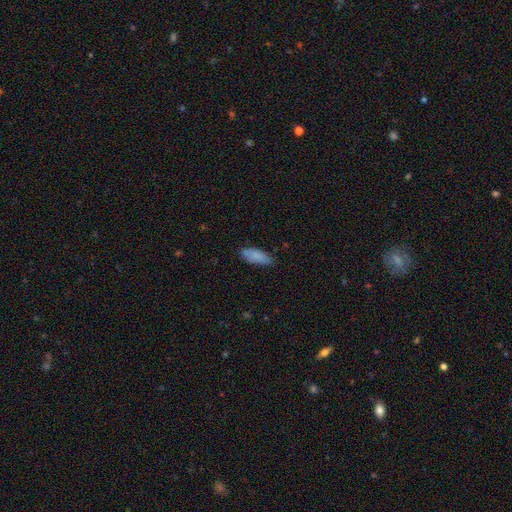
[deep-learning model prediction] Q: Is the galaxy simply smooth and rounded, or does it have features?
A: smooth — 84%.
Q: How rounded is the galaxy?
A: in between — 76%.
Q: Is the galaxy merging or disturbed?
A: none — 72%.